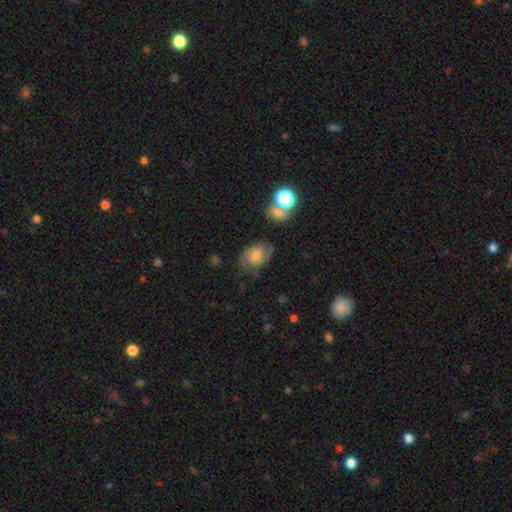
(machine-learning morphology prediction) The model was most divided on "bulge size": moderate: 43%, small: 28%, large: 16%, none: 10%, dominant: 2%. More confident: edge-on disk — no (97%); spiral arms — yes (87%); merging — none (62%); bar — no (60%); smooth or featured — featured or disk (57%).